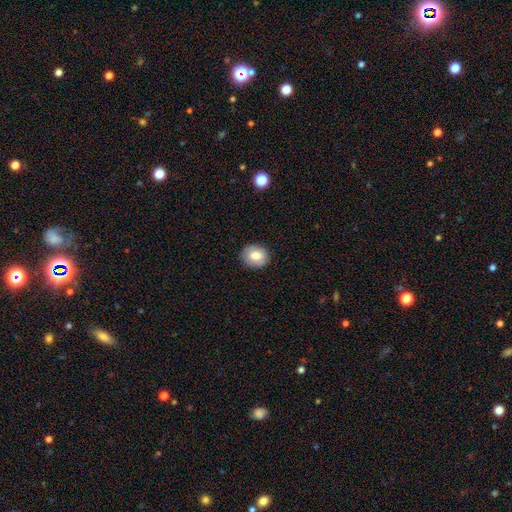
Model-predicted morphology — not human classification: smooth_or_featured: smooth (p=0.77) [alt: featured or disk p=0.15]
how_rounded: round (p=0.59) [alt: in between p=0.40]
merging: none (p=0.87) [alt: minor disturbance p=0.10]